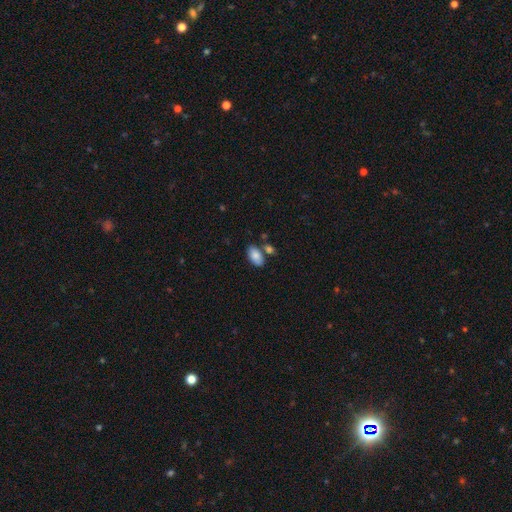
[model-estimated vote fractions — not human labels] smooth 85%, featured or disk 8%, star or artifact 7%. Down the decision tree: how rounded — in between (94%); merging — none (67%).